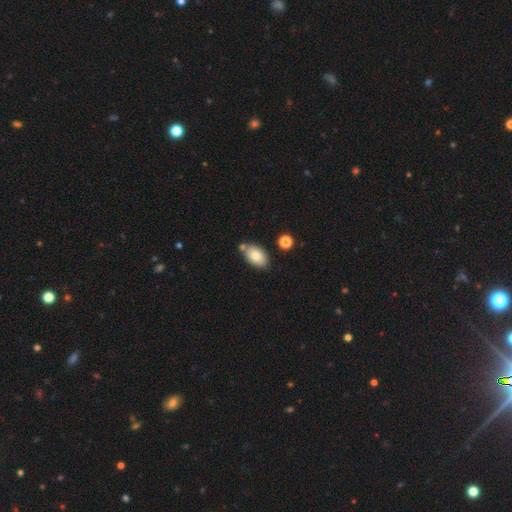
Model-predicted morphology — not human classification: A smooth galaxy with no disk features (80%) that is in between round and cigar-shaped (90%).

Vote fractions:
- Smooth or featured? smooth: 80% / featured or disk: 13% / star or artifact: 8%
- How rounded? in between: 90% / round: 9% / cigar-shaped: 1%
- Merging? none: 72% / minor disturbance: 14% / merger: 12% / major disturbance: 3%